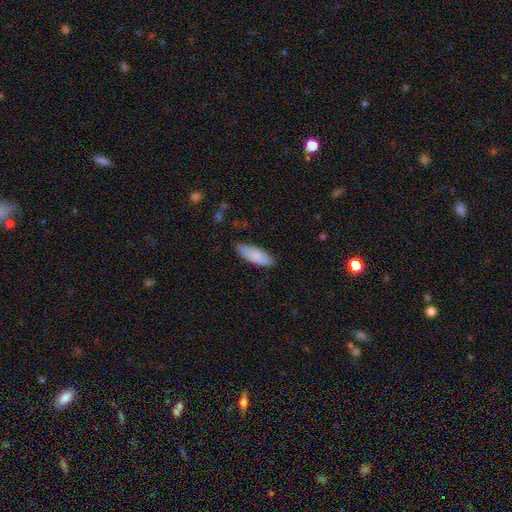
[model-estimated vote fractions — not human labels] smooth 83%, featured or disk 11%, star or artifact 6%. Down the decision tree: how rounded — in between (72%); merging — none (78%).